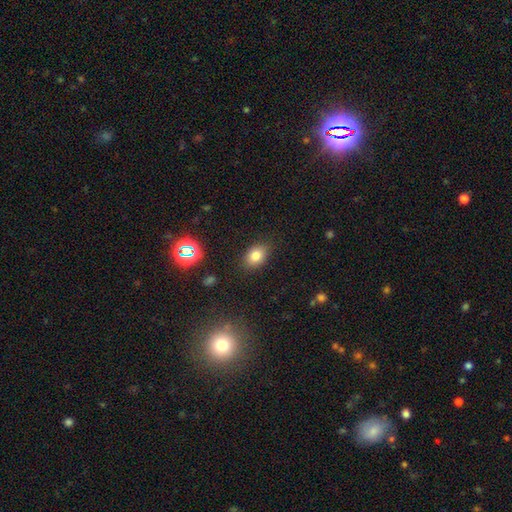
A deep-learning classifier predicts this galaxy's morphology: The model was most divided on "how rounded": in between: 77%, round: 22%, cigar-shaped: 1%. More confident: merging — none (84%); smooth or featured — smooth (79%).